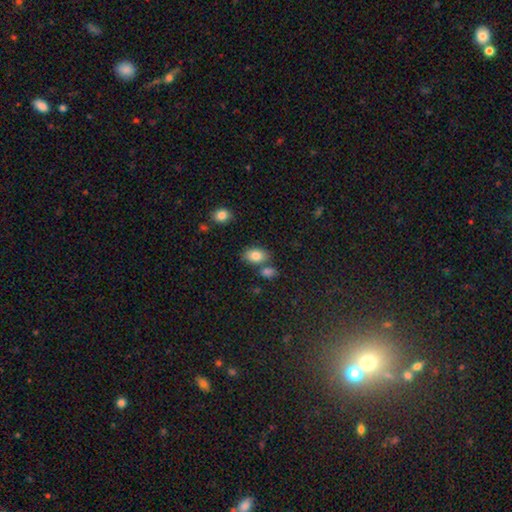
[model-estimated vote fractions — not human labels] Smooth or featured: smooth — 83% (featured or disk — 9%)
How rounded: in between — 87% (round — 11%)
Merging: none — 69% (merger — 15%)